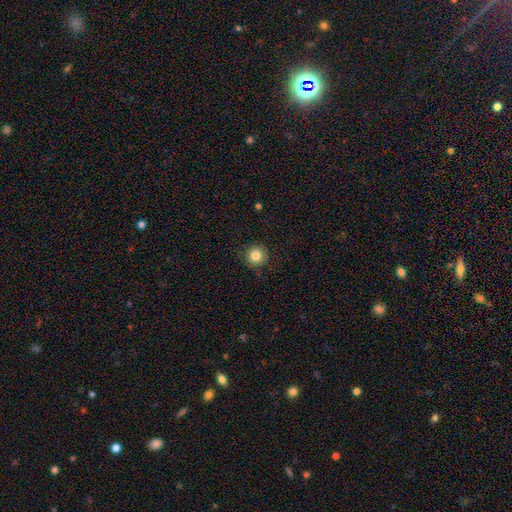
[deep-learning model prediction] This is clearly a smooth galaxy (84%). How rounded: clearly round (95%). Merging: clearly none (90%).